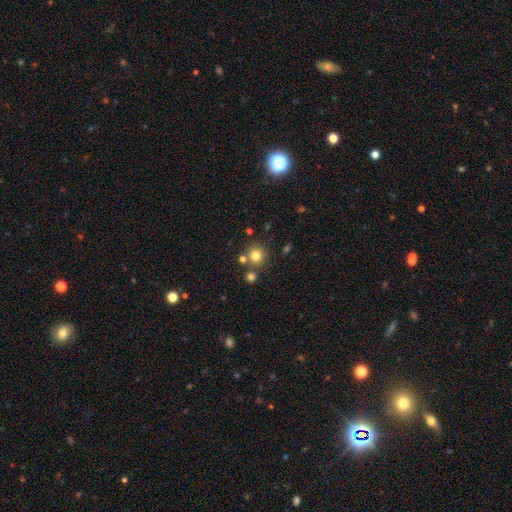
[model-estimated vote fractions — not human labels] Smooth or featured? smooth (78%)
How rounded? round (92%)
Merging? none (75%)